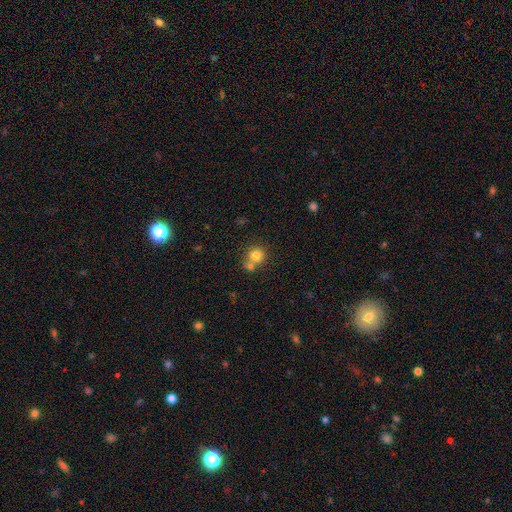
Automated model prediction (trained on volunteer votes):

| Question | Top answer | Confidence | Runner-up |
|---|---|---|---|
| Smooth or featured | smooth | 79% | star or artifact (11%) |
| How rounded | round | 90% | in between (10%) |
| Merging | none | 56% | merger (33%) |